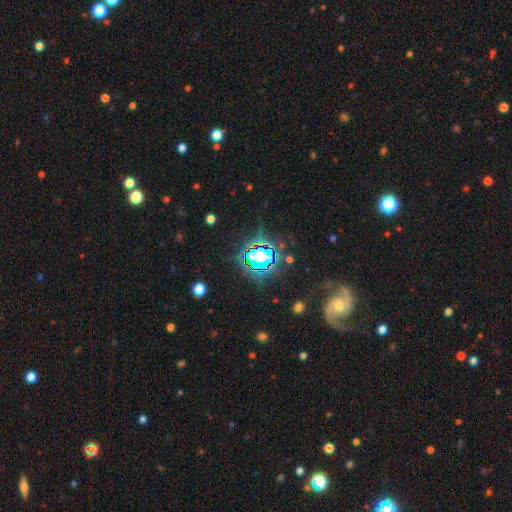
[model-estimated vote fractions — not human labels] Smooth or featured? star or artifact (71%)